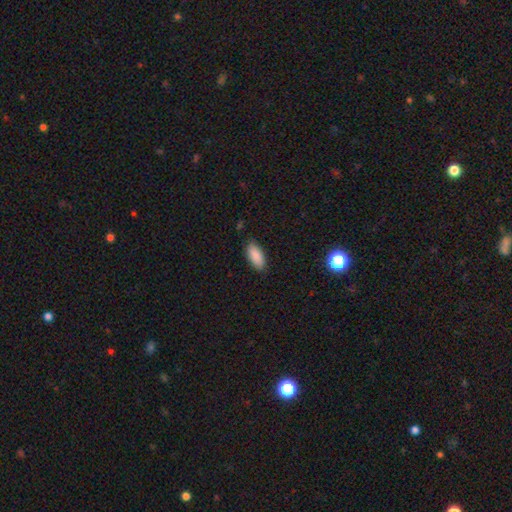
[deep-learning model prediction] Smooth or featured? Predicted: smooth (p=0.89). How rounded? Predicted: in between (p=0.88). Merging? Predicted: none (p=0.87).